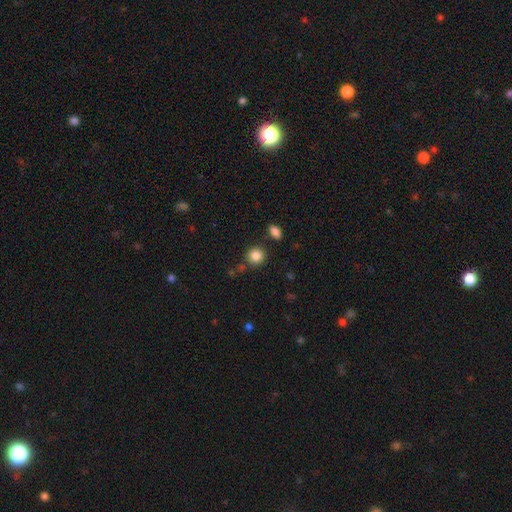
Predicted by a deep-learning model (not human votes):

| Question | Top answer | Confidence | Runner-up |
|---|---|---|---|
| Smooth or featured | smooth | 85% | star or artifact (10%) |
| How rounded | round | 88% | in between (11%) |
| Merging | none | 79% | minor disturbance (10%) |